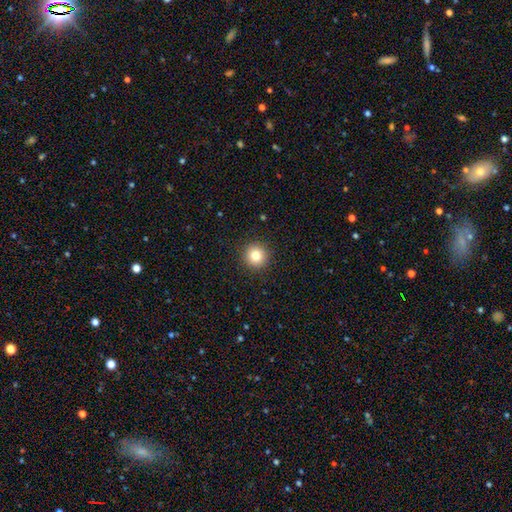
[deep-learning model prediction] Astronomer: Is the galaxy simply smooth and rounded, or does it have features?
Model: smooth — 81%.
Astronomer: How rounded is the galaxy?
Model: round — 95%.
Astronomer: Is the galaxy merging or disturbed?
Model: none — 92%.